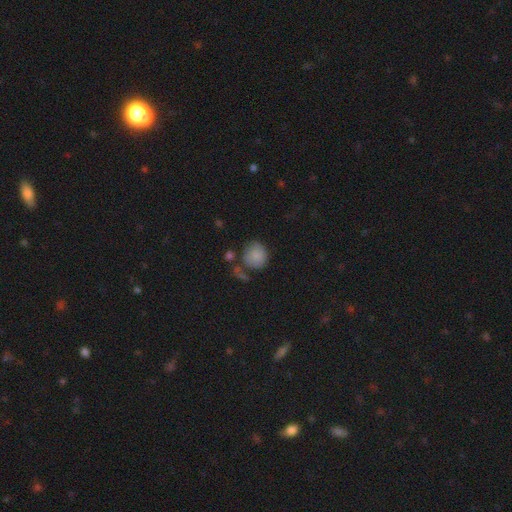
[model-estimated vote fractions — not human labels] This is clearly a smooth galaxy (83%). How rounded: clearly round (81%). Merging: possibly none (60%).